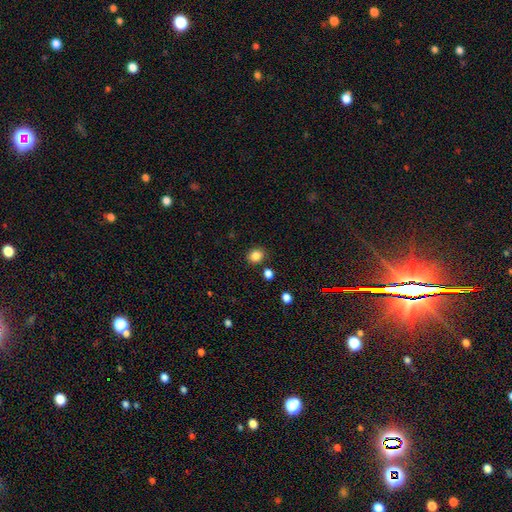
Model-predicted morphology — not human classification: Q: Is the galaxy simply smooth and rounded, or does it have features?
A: smooth — 85%.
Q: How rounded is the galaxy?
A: round — 66%.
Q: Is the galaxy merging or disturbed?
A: none — 84%.